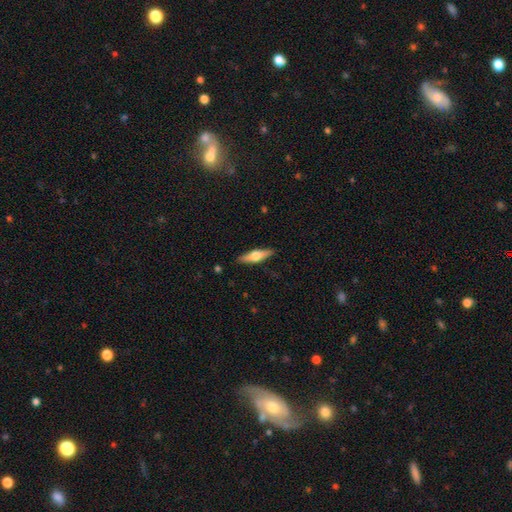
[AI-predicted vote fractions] Smooth or featured: featured or disk — 56% (smooth — 38%)
Edge-on disk: yes — 94% (no — 6%)
Edge-on bulge: rounded — 94% (boxy — 4%)
Merging: none — 89% (minor disturbance — 8%)